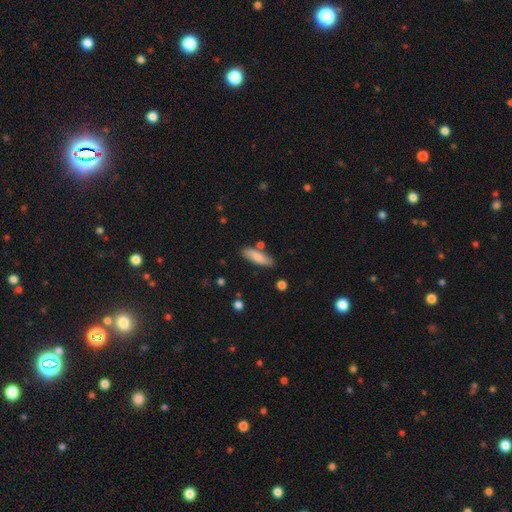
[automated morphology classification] Q: Smooth or featured?
A: smooth (82%); runner-up: featured or disk (12%)
Q: How rounded?
A: cigar-shaped (52%); runner-up: in between (46%)
Q: Merging?
A: none (78%); runner-up: minor disturbance (13%)